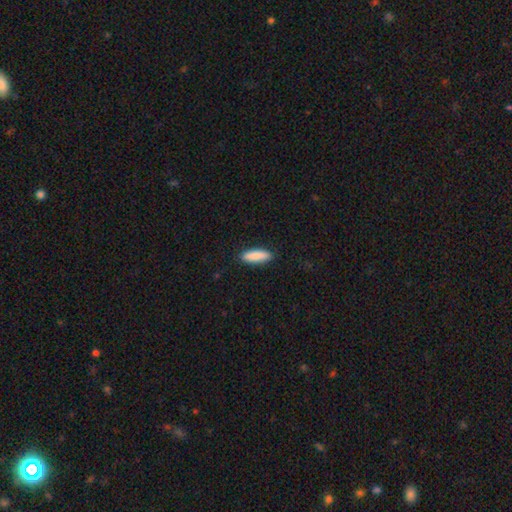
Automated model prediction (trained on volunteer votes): Smooth or featured: smooth — 89% (featured or disk — 6%)
How rounded: cigar-shaped — 54% (in between — 45%)
Merging: none — 89% (minor disturbance — 8%)